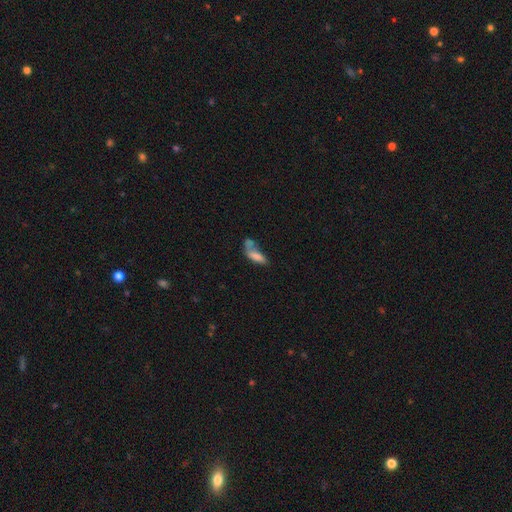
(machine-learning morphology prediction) Smooth or featured: smooth — 69% (featured or disk — 21%)
How rounded: in between — 68% (cigar-shaped — 28%)
Merging: merger — 43% (none — 24%)